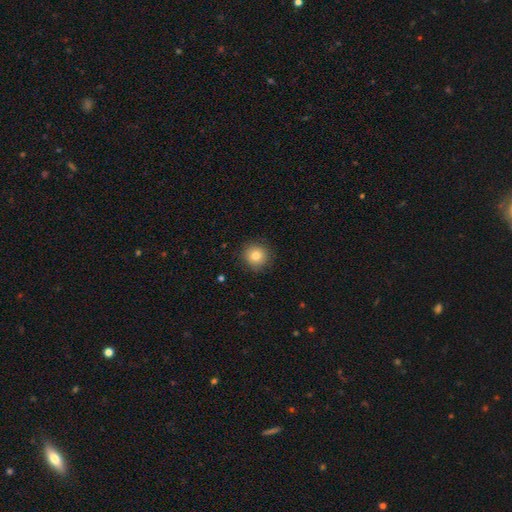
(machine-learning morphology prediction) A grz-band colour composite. It shows a smooth galaxy with no disk features (81%) that is round (92%). Merging: none (89%).